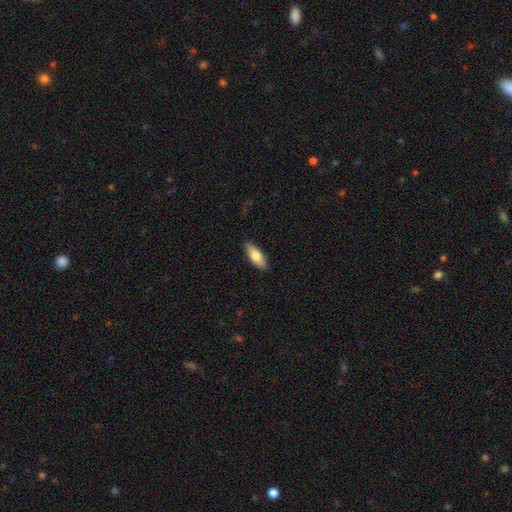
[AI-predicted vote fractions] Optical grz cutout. It shows a smooth galaxy with no disk features (74%) that is in between round and cigar-shaped (65%). Merging: none (88%).